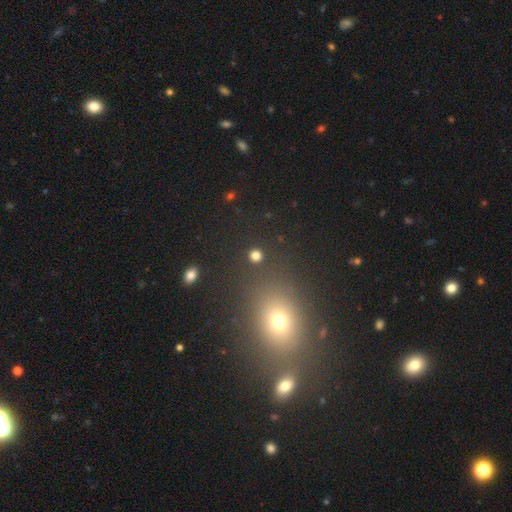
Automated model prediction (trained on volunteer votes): This appears to be a smooth galaxy with no disk features (79%) that is round (87%). Merging: none (89%).